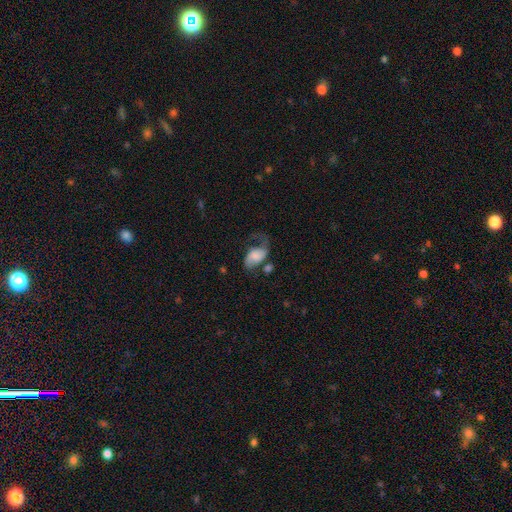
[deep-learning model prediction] The model was most divided on "merging": major disturbance: 35%, none: 33%, minor disturbance: 22%, merger: 10%. Remaining: edge-on disk — no (97%); spiral arms — yes (87%); bar — no (62%); smooth or featured — featured or disk (56%); bulge size — none (32%).